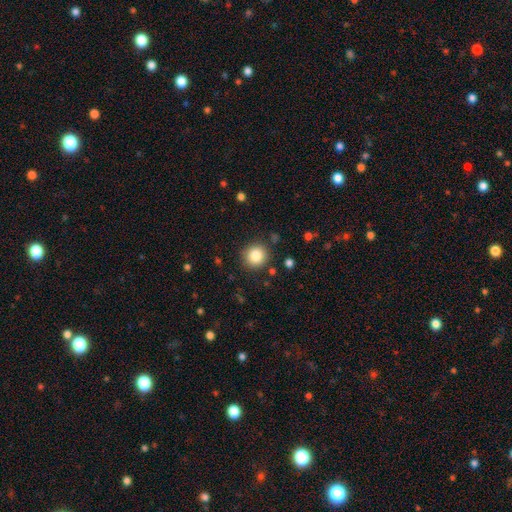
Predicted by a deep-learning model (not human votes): smooth 84%, star or artifact 10%, featured or disk 6%. Down the decision tree: how rounded — round (91%); merging — none (88%).